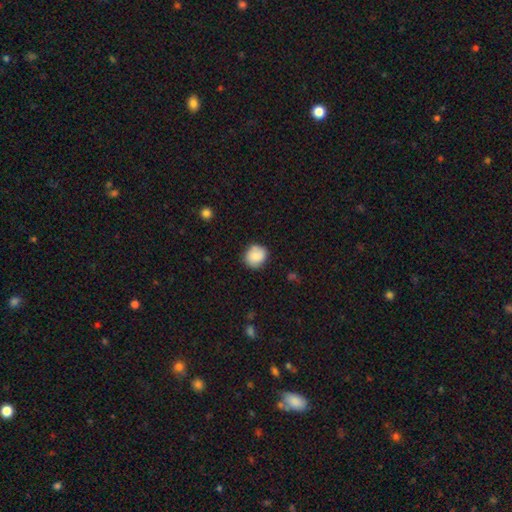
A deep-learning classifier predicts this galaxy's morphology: Smooth or featured: smooth — 79% (featured or disk — 13%)
How rounded: round — 84% (in between — 15%)
Merging: none — 81% (minor disturbance — 14%)